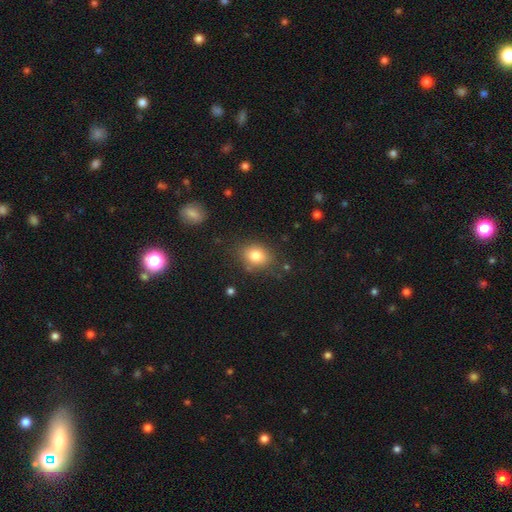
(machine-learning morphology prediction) Q: Smooth or featured?
A: smooth (80%); runner-up: star or artifact (10%)
Q: How rounded?
A: in between (59%); runner-up: round (40%)
Q: Merging?
A: none (77%); runner-up: minor disturbance (15%)